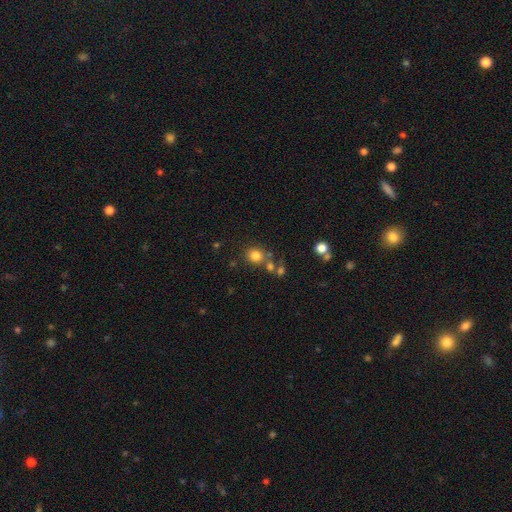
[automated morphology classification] This is likely a smooth galaxy (79%). How rounded: likely round (76%). Merging: likely none (65%).